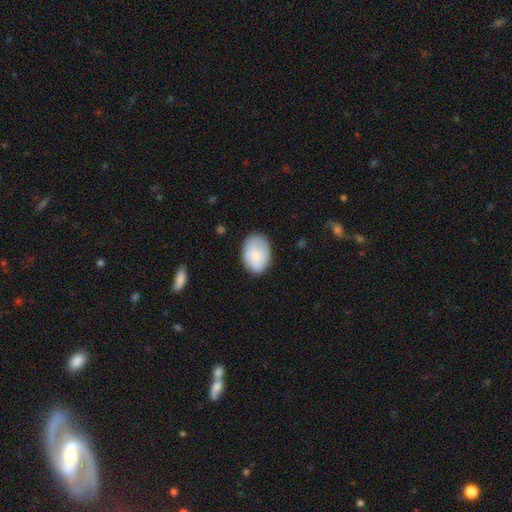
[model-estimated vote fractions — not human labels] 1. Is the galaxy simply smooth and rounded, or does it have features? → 80% smooth, 14% featured or disk, 6% star or artifact.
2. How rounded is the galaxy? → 80% in between, 19% round, 1% cigar-shaped.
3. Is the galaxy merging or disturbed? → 75% none, 20% minor disturbance, 4% major disturbance, 1% merger.